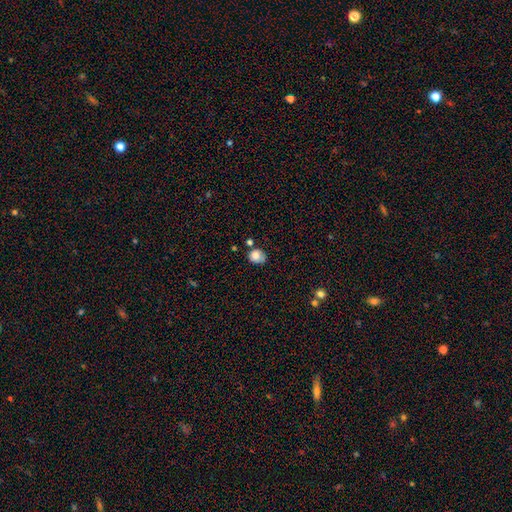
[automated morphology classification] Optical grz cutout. It shows a smooth galaxy with no disk features (80%) that is round (69%). Merging: none (64%).